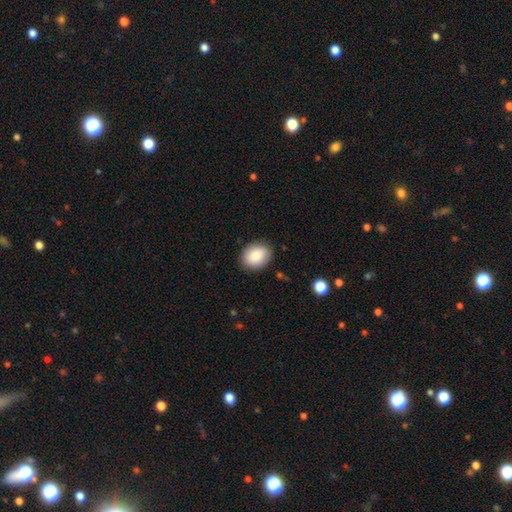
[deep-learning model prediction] smooth 87%, star or artifact 7%, featured or disk 6%. Down the decision tree: how rounded — in between (61%); merging — none (86%).